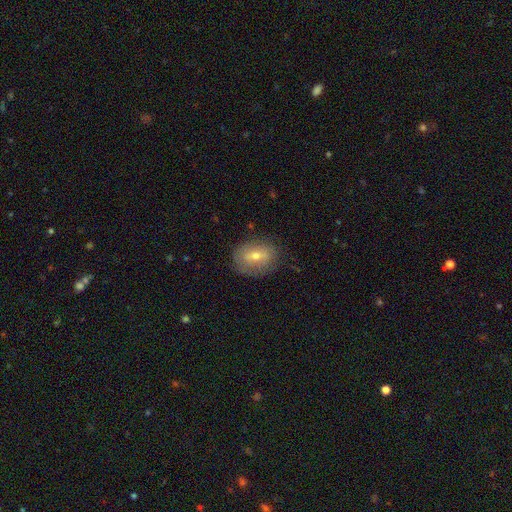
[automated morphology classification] Smooth or featured? smooth (52%)
How rounded? in between (63%)
Merging? none (77%)